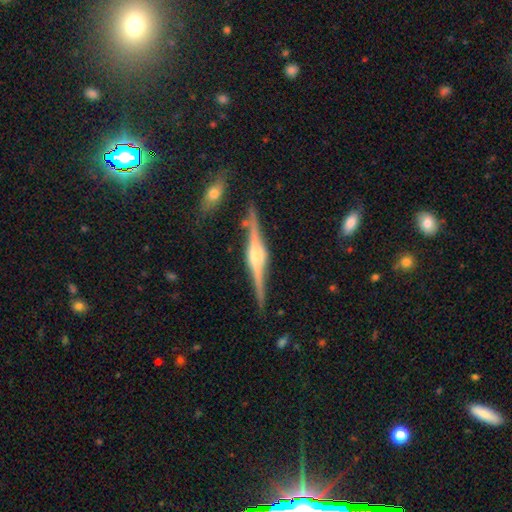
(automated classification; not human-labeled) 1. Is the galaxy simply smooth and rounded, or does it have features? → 87% featured or disk, 8% smooth, 6% star or artifact.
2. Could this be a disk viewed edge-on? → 98% yes, 2% no.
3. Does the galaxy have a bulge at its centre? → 83% rounded, 14% boxy, 3% none.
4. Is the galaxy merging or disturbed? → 86% none, 10% minor disturbance, 2% merger, 2% major disturbance.